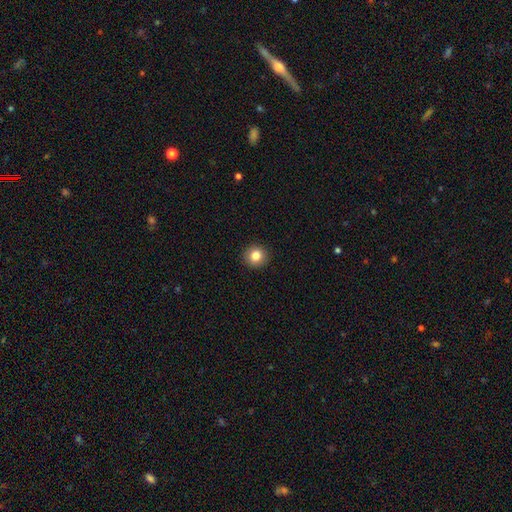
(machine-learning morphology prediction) A smooth galaxy with no disk features (83%) that is round (91%).

Vote fractions:
- Smooth or featured? smooth: 83% / star or artifact: 10% / featured or disk: 7%
- How rounded? round: 91% / in between: 8% / cigar-shaped: 1%
- Merging? none: 93% / minor disturbance: 5% / major disturbance: 2% / merger: 1%